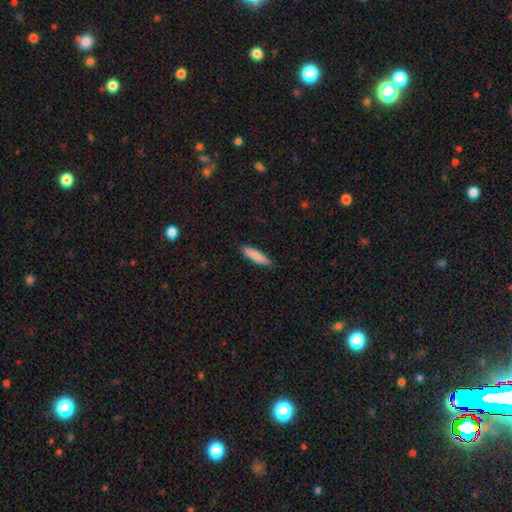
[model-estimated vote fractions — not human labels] smooth-or-featured: smooth: 83% | featured or disk: 11% | star or artifact: 6%
  how-rounded: cigar-shaped: 81% | in between: 18% | round: 1%
  merging: none: 89% | minor disturbance: 8% | major disturbance: 2% | merger: 1%